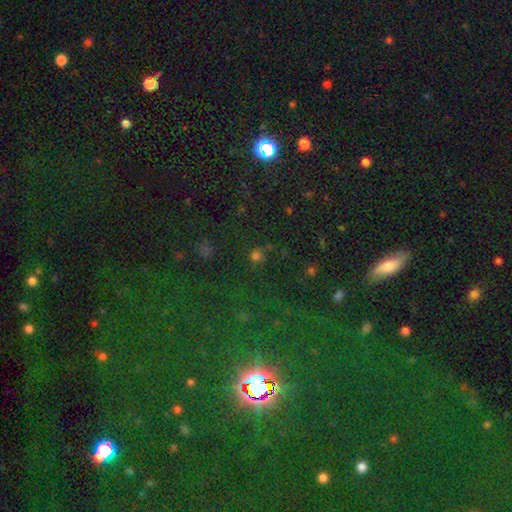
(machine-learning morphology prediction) smooth-or-featured: smooth: 58% | star or artifact: 34% | featured or disk: 7%
  how-rounded: round: 87% | in between: 12% | cigar-shaped: 1%
  merging: none: 72% | minor disturbance: 14% | major disturbance: 7% | merger: 7%